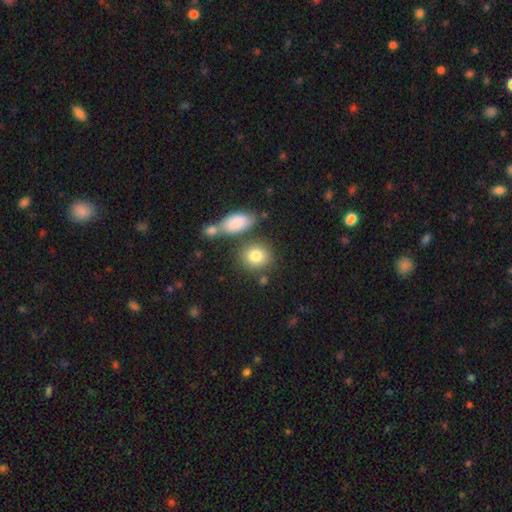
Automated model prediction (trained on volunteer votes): A smooth galaxy with no disk features (82%) that is round (68%). Merging: none (68%).